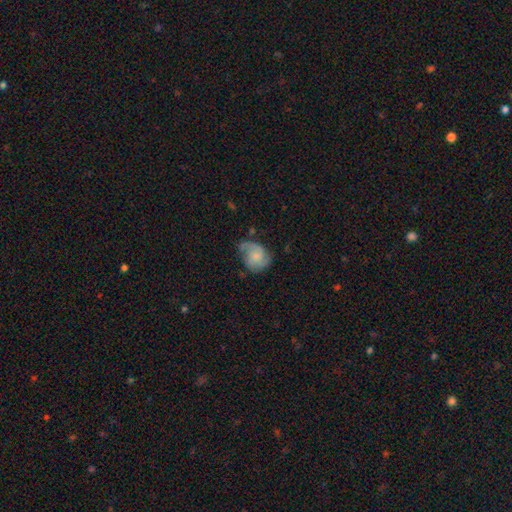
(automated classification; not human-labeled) This is likely a featured or disk galaxy (60%). It is clearly not viewed edge-on (98%). Bar: likely no (71%). Spiral arm pattern: clearly yes (90%). Spiral arm count: possibly 2 (58%). Spiral winding: marginally medium (42%). Central bulge: possibly small (54%). Merging: possibly none (50%).